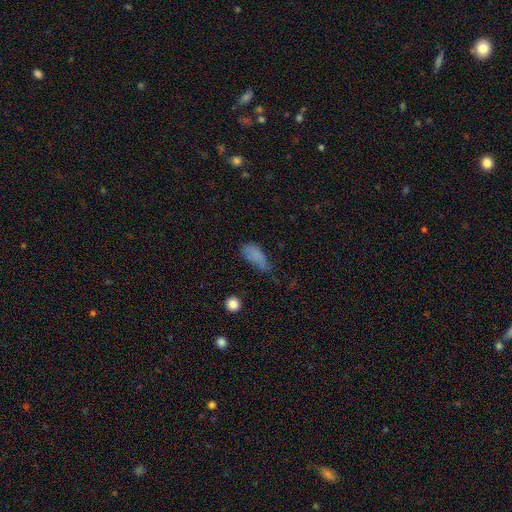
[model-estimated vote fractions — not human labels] A smooth galaxy with no disk features (73%) that is in between round and cigar-shaped (83%). Merging: minor disturbance (37%).